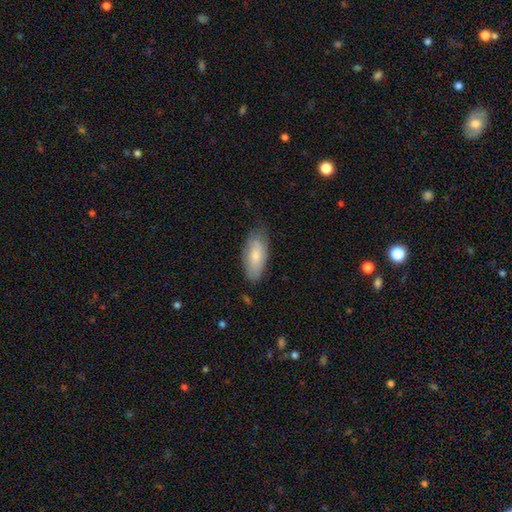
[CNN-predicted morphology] type=smooth (72%); roundness=in between (87%); merging=none (68%).